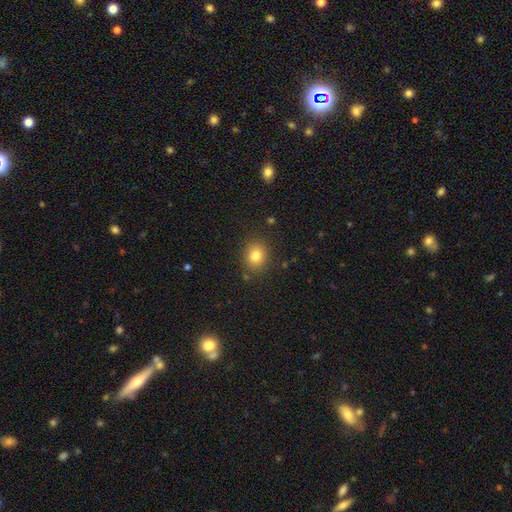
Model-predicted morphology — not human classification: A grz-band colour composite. It shows a smooth galaxy with no disk features (81%) that is round (67%). Merging: none (85%).